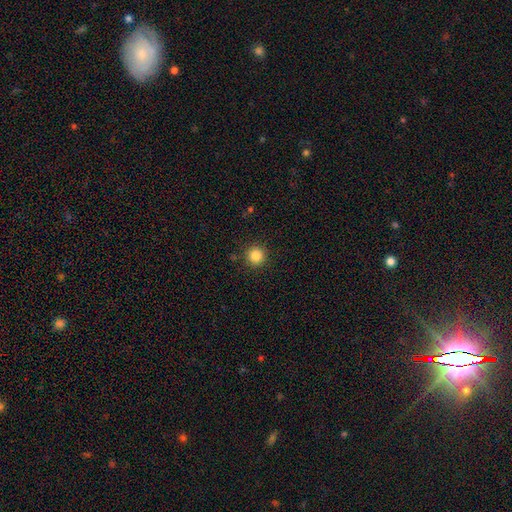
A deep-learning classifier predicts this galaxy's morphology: Smooth or featured? Predicted: smooth (p=0.85). How rounded? Predicted: round (p=0.95). Merging? Predicted: none (p=0.91).